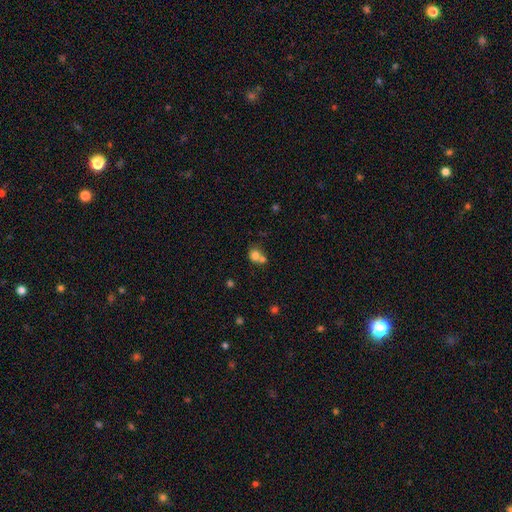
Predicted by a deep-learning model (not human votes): Morphology: type=smooth (76%); roundness=round (74%); merging=merger (54%).